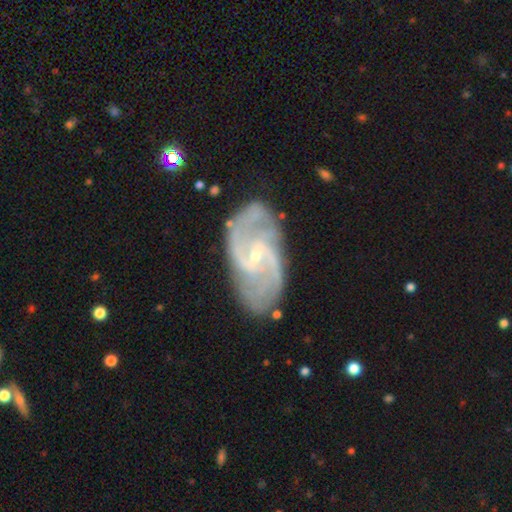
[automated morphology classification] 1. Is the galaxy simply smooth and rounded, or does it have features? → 89% featured or disk, 5% star or artifact, 5% smooth.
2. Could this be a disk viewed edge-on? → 96% no, 4% yes.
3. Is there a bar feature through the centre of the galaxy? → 50% weak, 35% no, 16% strong.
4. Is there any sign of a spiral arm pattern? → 97% yes, 3% no.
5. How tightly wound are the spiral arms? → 51% medium, 29% tight, 20% loose.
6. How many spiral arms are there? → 56% 2, 15% 3, 13% can't tell, 6% 4, 5% more than 4, 5% 1.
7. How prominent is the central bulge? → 81% small, 15% moderate, 2% none, 1% large, 1% dominant.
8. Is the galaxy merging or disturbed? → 76% none, 16% minor disturbance, 5% major disturbance, 2% merger.